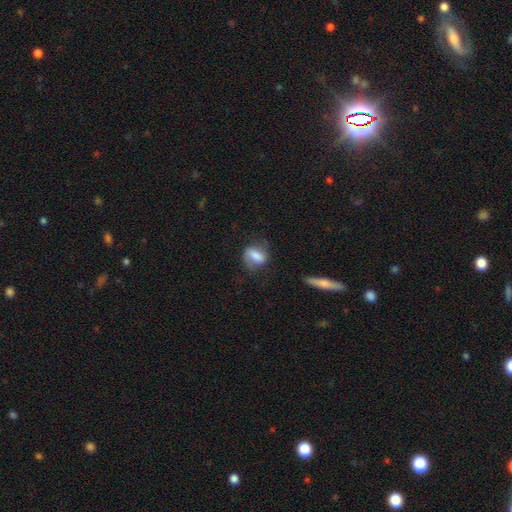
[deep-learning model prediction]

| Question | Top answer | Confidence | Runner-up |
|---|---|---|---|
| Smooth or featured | smooth | 51% | featured or disk (41%) |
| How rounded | in between | 71% | round (24%) |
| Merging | none | 58% | minor disturbance (25%) |